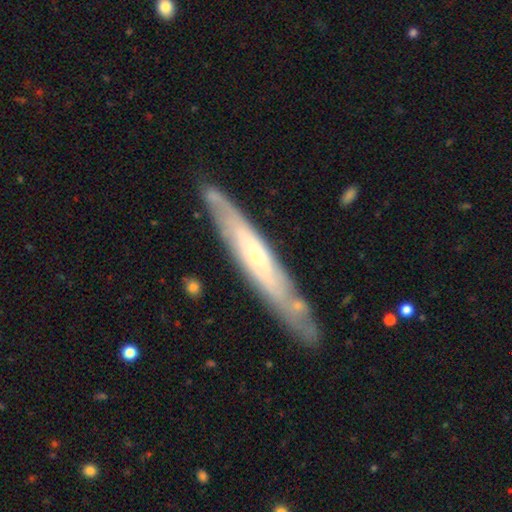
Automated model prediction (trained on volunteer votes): A featured or disk galaxy (69%) viewed edge-on (70%).

Vote fractions:
- Smooth or featured? featured or disk: 69% / smooth: 26% / star or artifact: 5%
- Edge-on disk? yes: 70% / no: 30%
- Merging? none: 82% / minor disturbance: 13% / merger: 3% / major disturbance: 2%